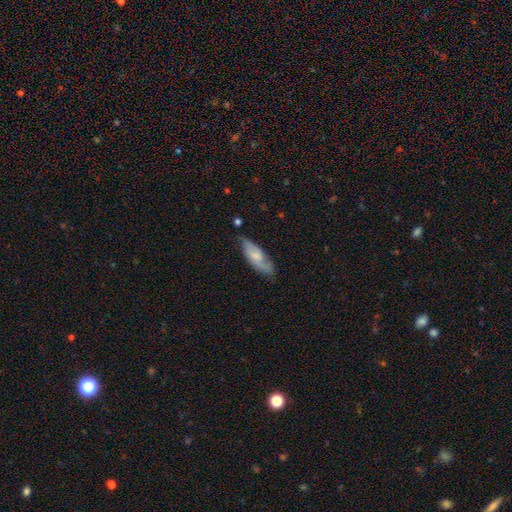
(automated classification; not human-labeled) Morphology: type=smooth (48%); merging=none (64%).